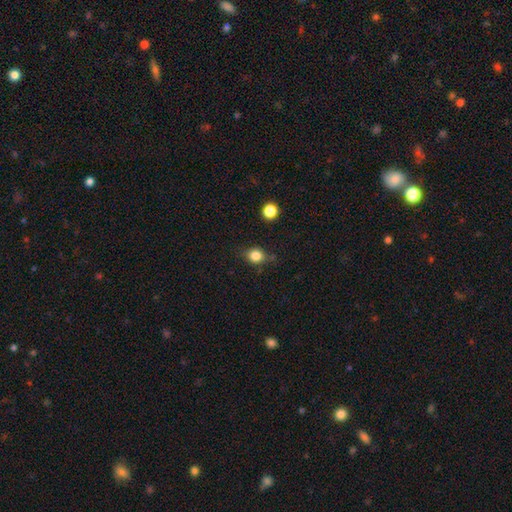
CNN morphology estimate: Overall: smooth (82%). How rounded: round (70%). Merging: none (75%).